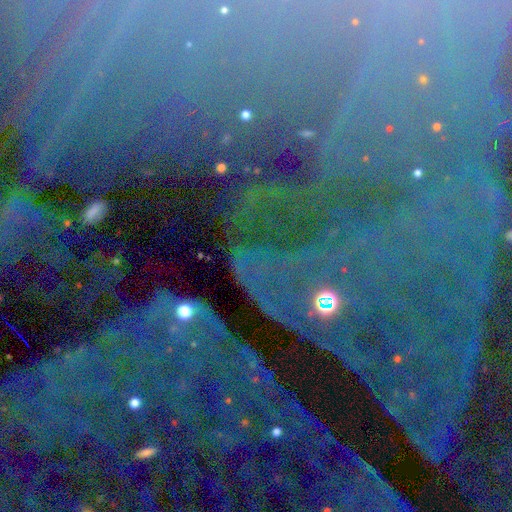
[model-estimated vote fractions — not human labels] Smooth or featured: star or artifact — 83% (featured or disk — 9%)